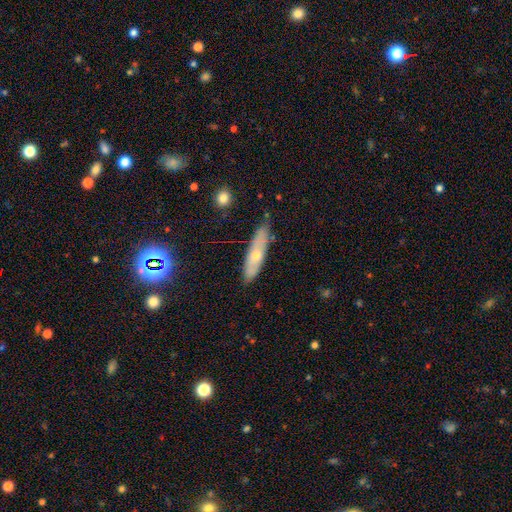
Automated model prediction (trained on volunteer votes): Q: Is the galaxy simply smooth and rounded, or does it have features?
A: smooth — 48%.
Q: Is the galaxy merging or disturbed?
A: none — 78%.